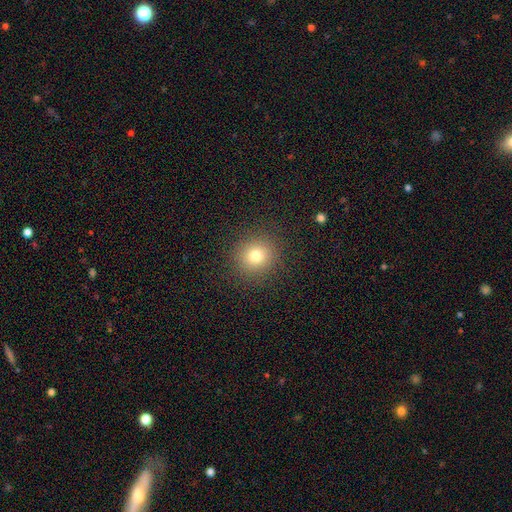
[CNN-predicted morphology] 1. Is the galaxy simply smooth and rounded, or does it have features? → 77% smooth, 14% star or artifact, 8% featured or disk.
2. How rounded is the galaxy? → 91% round, 9% in between, 1% cigar-shaped.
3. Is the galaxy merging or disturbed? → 90% none, 6% minor disturbance, 3% major disturbance, 1% merger.